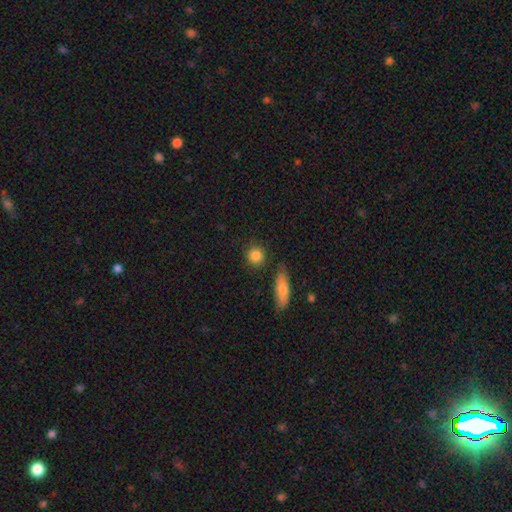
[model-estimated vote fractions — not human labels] Overall: smooth (85%). How rounded: round (85%). Merging: none (84%).